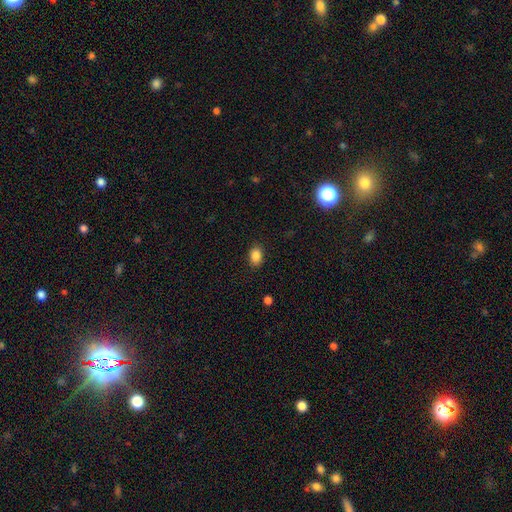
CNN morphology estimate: smooth_or_featured: smooth (p=0.87) [alt: star or artifact p=0.10]
how_rounded: in between (p=0.78) [alt: round p=0.21]
merging: none (p=0.87) [alt: minor disturbance p=0.10]